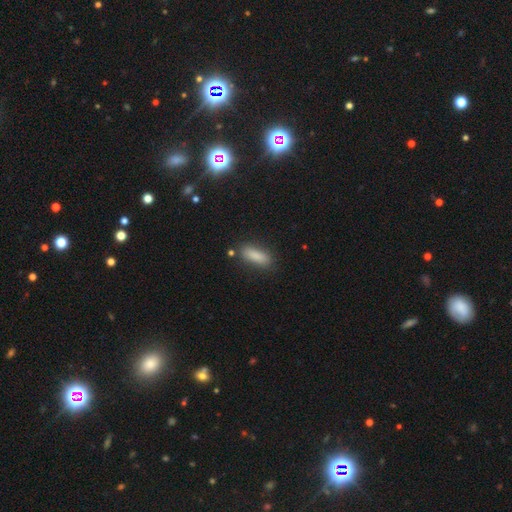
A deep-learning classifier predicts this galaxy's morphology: smooth_or_featured: smooth (p=0.86) [alt: star or artifact p=0.08]
how_rounded: in between (p=0.60) [alt: cigar-shaped p=0.38]
merging: none (p=0.79) [alt: minor disturbance p=0.14]